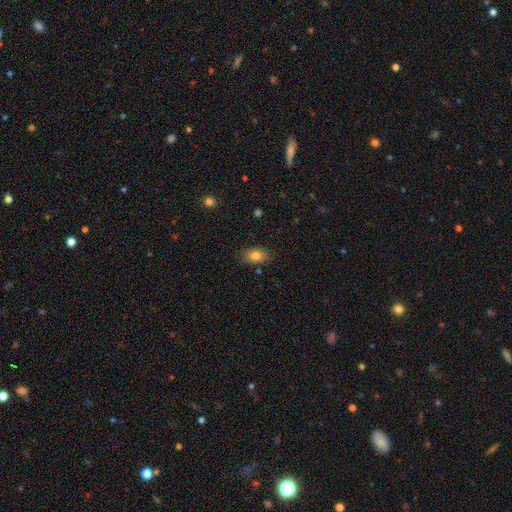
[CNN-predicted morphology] This appears to be a smooth galaxy with no disk features (81%) that is in between round and cigar-shaped (84%). Merging: none (84%).